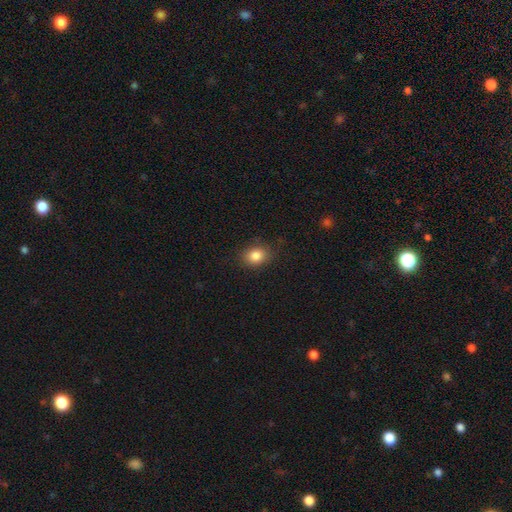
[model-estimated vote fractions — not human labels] Smooth or featured? smooth (84%)
How rounded? round (50%)
Merging? none (84%)